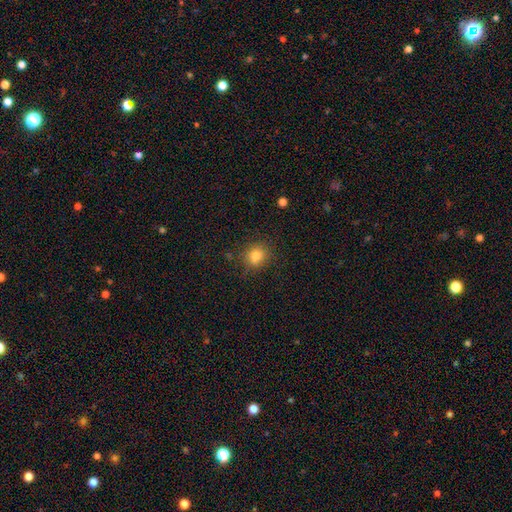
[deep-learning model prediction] Smooth or featured?
  - smooth: 82% *
  - star or artifact: 12%
  - featured or disk: 6%
How rounded?
  - round: 76% *
  - in between: 23%
  - cigar-shaped: 1%
Merging?
  - none: 81% *
  - minor disturbance: 13%
  - major disturbance: 4%
  - merger: 3%